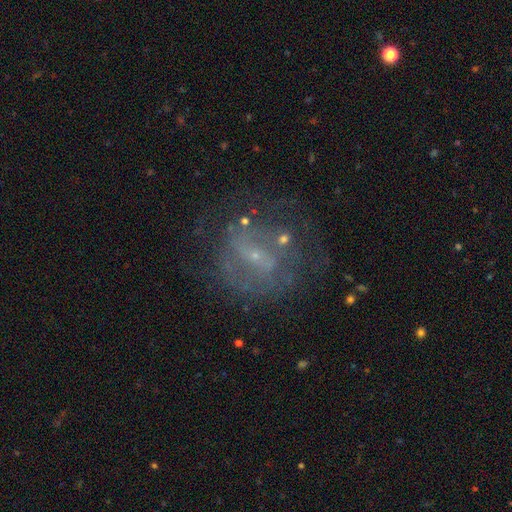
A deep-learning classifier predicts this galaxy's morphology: This is likely a featured or disk galaxy (66%). It is clearly not viewed edge-on (96%). Bar: marginally weak (42%). Spiral arm pattern: possibly yes (54%). Central bulge: likely small (78%). Merging: likely none (60%).